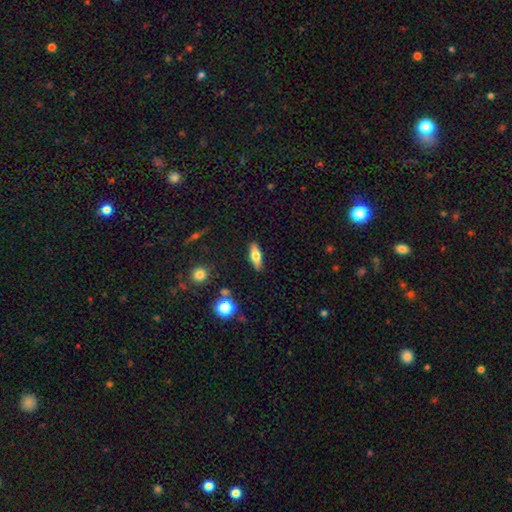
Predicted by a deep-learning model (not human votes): Smooth or featured? smooth (60%)
How rounded? in between (55%)
Merging? none (89%)